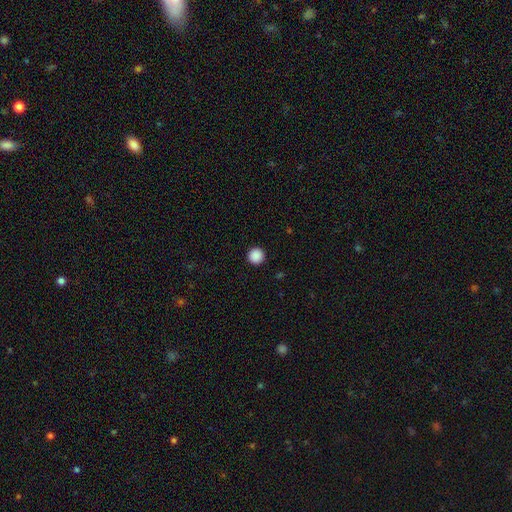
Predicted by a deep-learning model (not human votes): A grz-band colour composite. It shows a smooth galaxy with no disk features (89%) that is round (96%). Merging: none (94%).